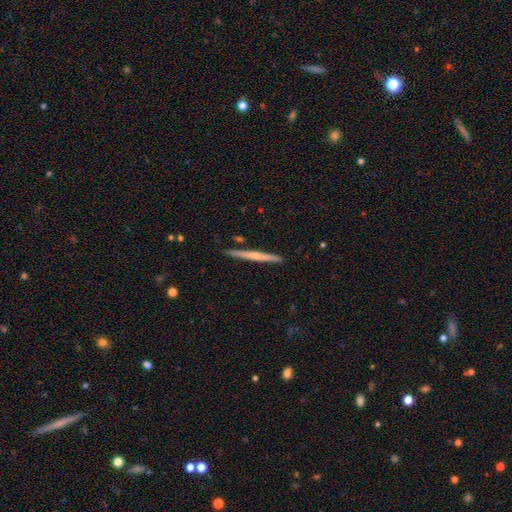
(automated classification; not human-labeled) smooth_or_featured: featured or disk (p=0.56) [alt: smooth p=0.38]
disk_edge_on: yes (p=0.98) [alt: no p=0.02]
edge_on_bulge: none (p=0.51) [alt: rounded p=0.44]
merging: none (p=0.89) [alt: minor disturbance p=0.08]